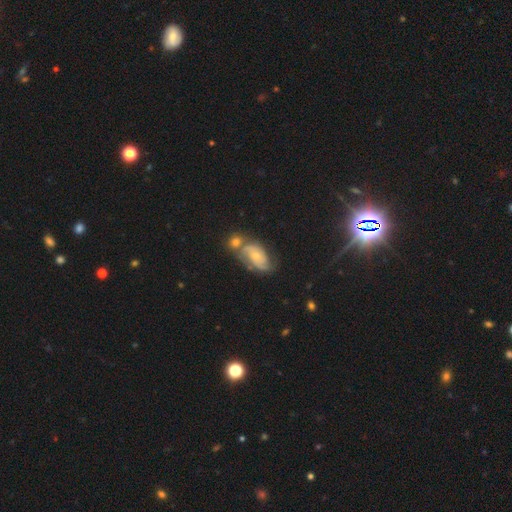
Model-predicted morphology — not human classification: A featured or disk galaxy (64%) with no bar (70%), 2 (64%) medium (43%) spiral arms (87%) and a small central bulge (60%).

Vote fractions:
- Smooth or featured? featured or disk: 64% / smooth: 27% / star or artifact: 9%
- Edge-on disk? no: 95% / yes: 5%
- Bar? no: 70% / weak: 25% / strong: 5%
- Spiral arms? yes: 87% / no: 13%
- Spiral winding? medium: 43% / tight: 39% / loose: 18%
- Spiral arm count? 2: 64% / can't tell: 21% / 3: 6% / 1: 5% / 4: 2% / more than 4: 2%
- Bulge size? small: 60% / moderate: 33% / none: 3% / large: 2% / dominant: 1%
- Merging? none: 38% / merger: 36% / minor disturbance: 18% / major disturbance: 9%